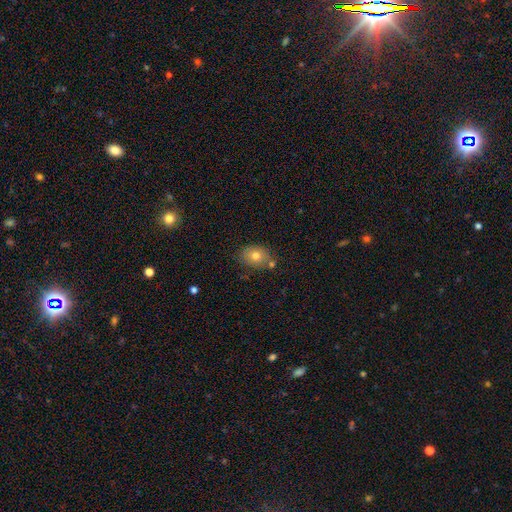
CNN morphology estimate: Q: Smooth or featured?
A: smooth (75%); runner-up: featured or disk (15%)
Q: How rounded?
A: in between (67%); runner-up: round (32%)
Q: Merging?
A: none (70%); runner-up: minor disturbance (16%)